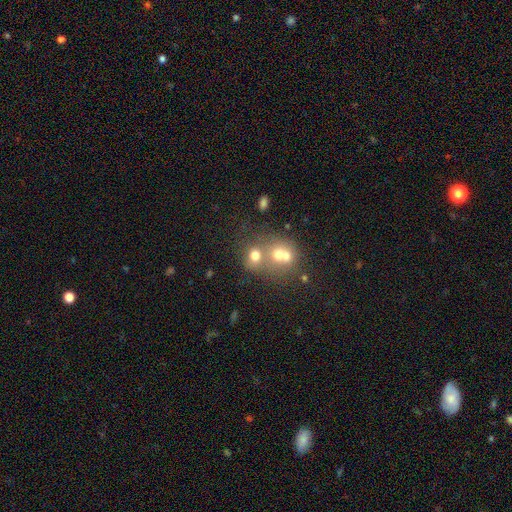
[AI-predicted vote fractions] smooth-or-featured: smooth: 64% | featured or disk: 20% | star or artifact: 15%
  how-rounded: round: 69% | in between: 30% | cigar-shaped: 1%
  merging: merger: 57% | none: 31% | minor disturbance: 7% | major disturbance: 4%